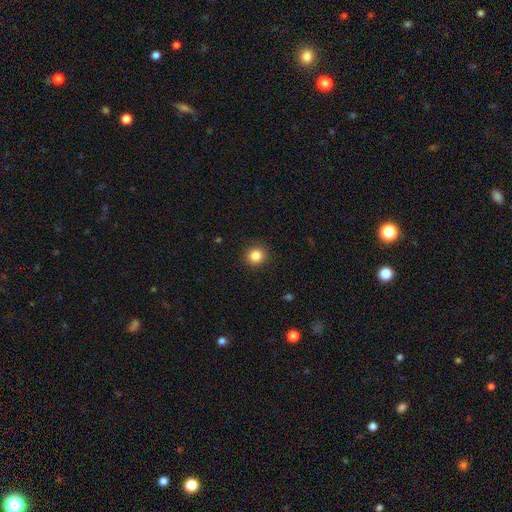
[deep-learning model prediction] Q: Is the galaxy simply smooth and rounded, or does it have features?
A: smooth — 85%.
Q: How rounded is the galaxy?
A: round — 92%.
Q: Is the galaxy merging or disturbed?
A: none — 91%.